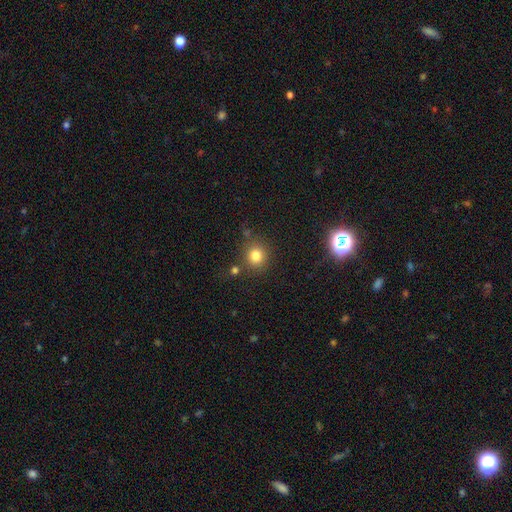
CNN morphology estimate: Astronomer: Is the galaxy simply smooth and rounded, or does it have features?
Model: smooth — 81%.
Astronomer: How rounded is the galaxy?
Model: round — 88%.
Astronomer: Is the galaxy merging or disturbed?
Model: none — 78%.